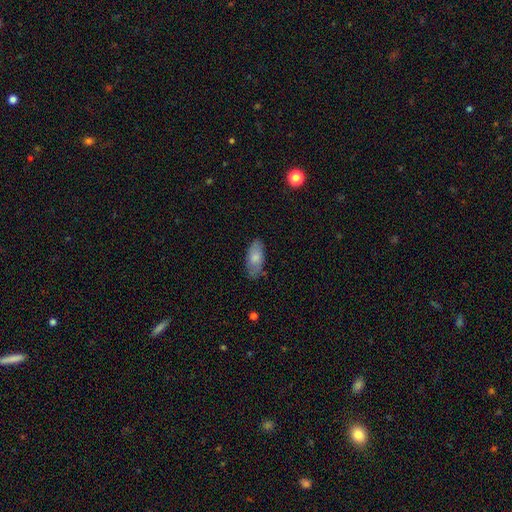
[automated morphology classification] Smooth or featured: smooth — 66% (featured or disk — 27%)
How rounded: in between — 84% (cigar-shaped — 13%)
Merging: none — 81% (minor disturbance — 15%)